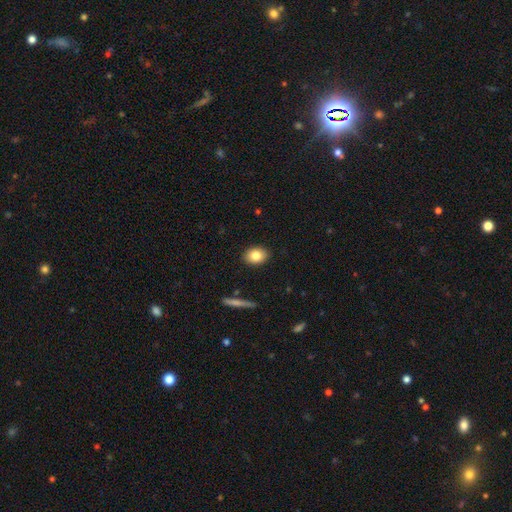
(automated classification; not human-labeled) smooth_or_featured: smooth (p=0.81) [alt: featured or disk p=0.10]
how_rounded: in between (p=0.69) [alt: round p=0.29]
merging: none (p=0.89) [alt: minor disturbance p=0.08]